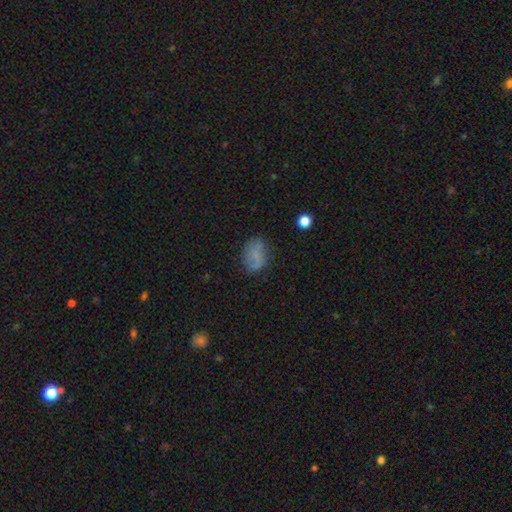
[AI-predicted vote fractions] Smooth or featured? Predicted: smooth (p=0.65). How rounded? Predicted: in between (p=0.78). Merging? Predicted: none (p=0.64).